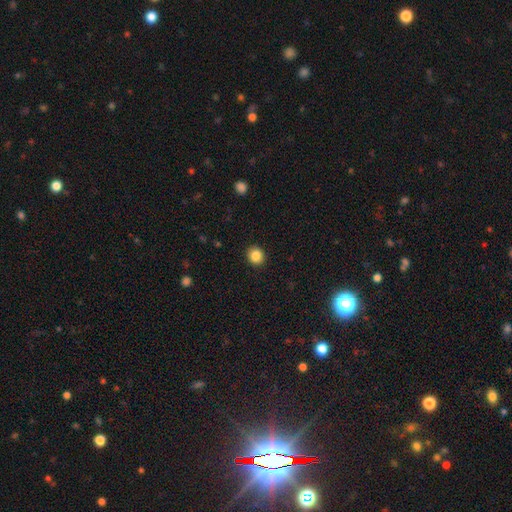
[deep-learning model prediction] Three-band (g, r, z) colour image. It shows a smooth galaxy with no disk features (86%) that is round (85%). Merging: none (92%).